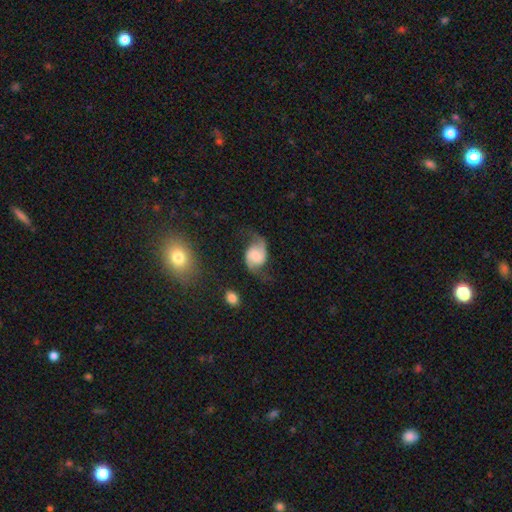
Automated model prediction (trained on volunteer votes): Q: Smooth or featured?
A: featured or disk (79%); runner-up: smooth (14%)
Q: Edge-on disk?
A: no (98%); runner-up: yes (2%)
Q: Bar?
A: no (49%); runner-up: weak (39%)
Q: Spiral arms?
A: yes (95%); runner-up: no (5%)
Q: Spiral winding?
A: loose (56%); runner-up: medium (35%)
Q: Spiral arm count?
A: 2 (93%); runner-up: can't tell (2%)
Q: Bulge size?
A: moderate (35%); runner-up: small (31%)
Q: Merging?
A: none (64%); runner-up: minor disturbance (20%)